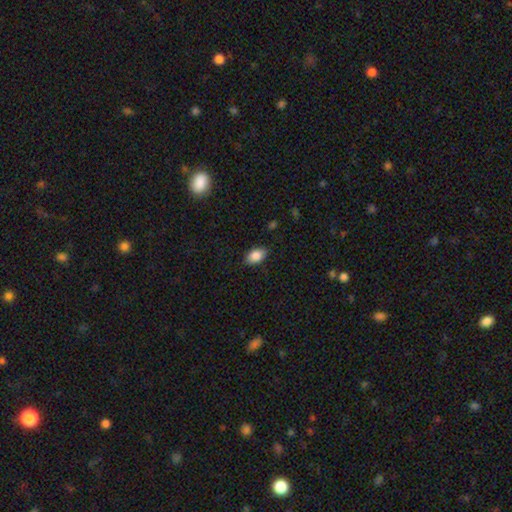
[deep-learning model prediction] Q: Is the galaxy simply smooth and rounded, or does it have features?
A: smooth — 86%.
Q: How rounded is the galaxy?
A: in between — 89%.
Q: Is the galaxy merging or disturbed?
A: none — 85%.